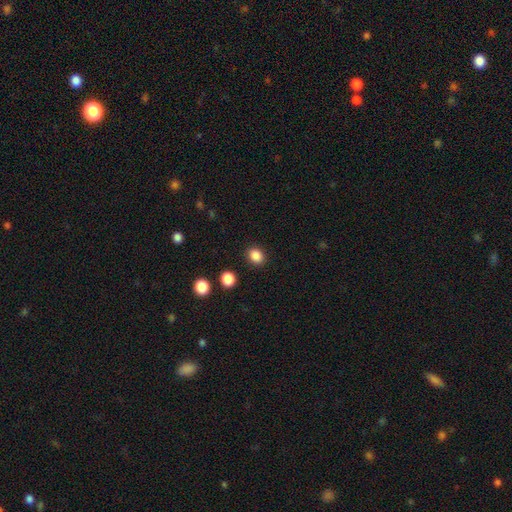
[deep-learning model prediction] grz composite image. It shows a smooth galaxy with no disk features (87%) that is round (57%). Merging: none (89%).